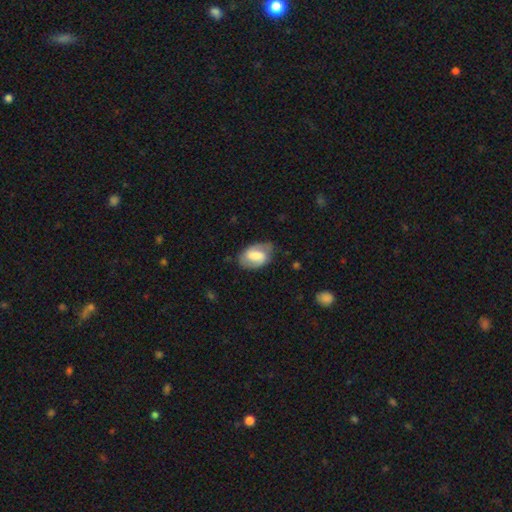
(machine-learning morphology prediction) Smooth or featured: featured or disk — 55% (smooth — 39%)
Edge-on disk: no — 96% (yes — 4%)
Bar: weak — 46% (strong — 31%)
Spiral arms: yes — 78% (no — 22%)
Bulge size: moderate — 35% (large — 28%)
Merging: none — 69% (minor disturbance — 23%)